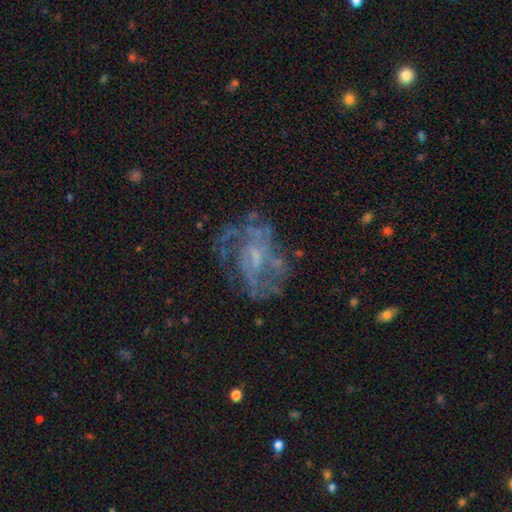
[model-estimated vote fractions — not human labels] The model was most divided on "bulge size": small: 46%, none: 31%, moderate: 20%, large: 2%, dominant: 1%. More confident: edge-on disk — no (97%); smooth or featured — featured or disk (75%); spiral arms — yes (65%); bar — no (56%); merging — none (53%).